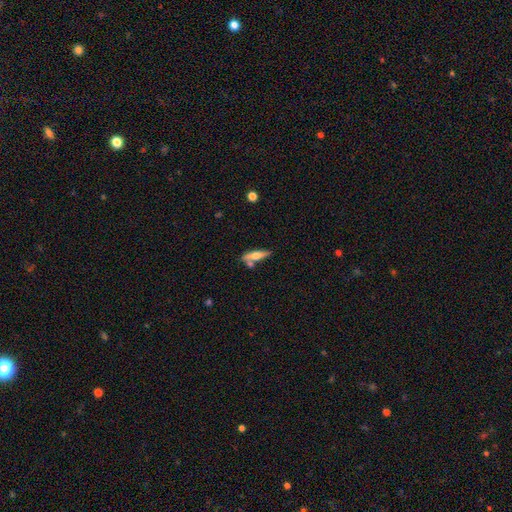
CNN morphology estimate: Smooth or featured: smooth — 47% (featured or disk — 46%)
Merging: none — 63% (merger — 19%)